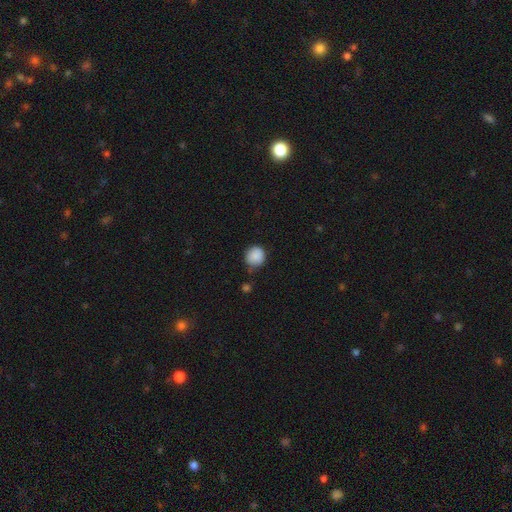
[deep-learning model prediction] A smooth galaxy with no disk features (87%) that is round (90%).

Vote fractions:
- Smooth or featured? smooth: 87% / star or artifact: 8% / featured or disk: 4%
- How rounded? round: 90% / in between: 9% / cigar-shaped: 1%
- Merging? none: 71% / minor disturbance: 21% / major disturbance: 4% / merger: 3%